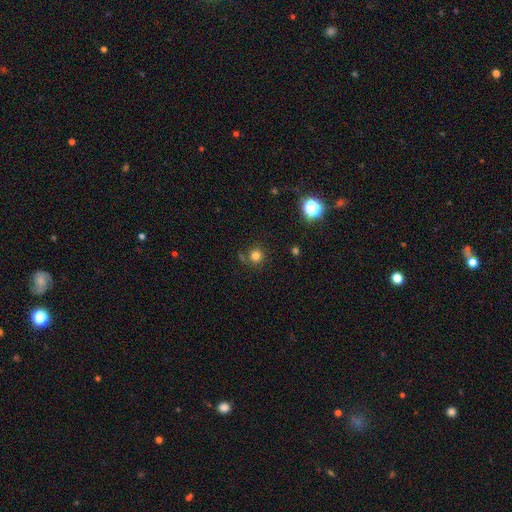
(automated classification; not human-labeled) The model was most divided on "smooth or featured": smooth: 79%, star or artifact: 15%, featured or disk: 6%. More confident: how rounded — round (93%); merging — none (76%).